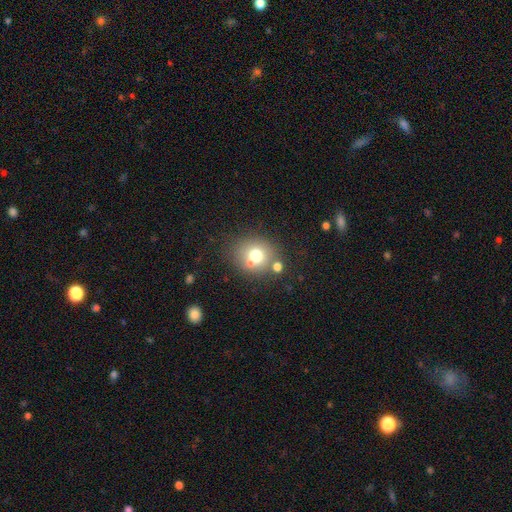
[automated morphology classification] Smooth or featured: smooth — 70% (featured or disk — 17%)
How rounded: round — 78% (in between — 21%)
Merging: none — 64% (merger — 18%)